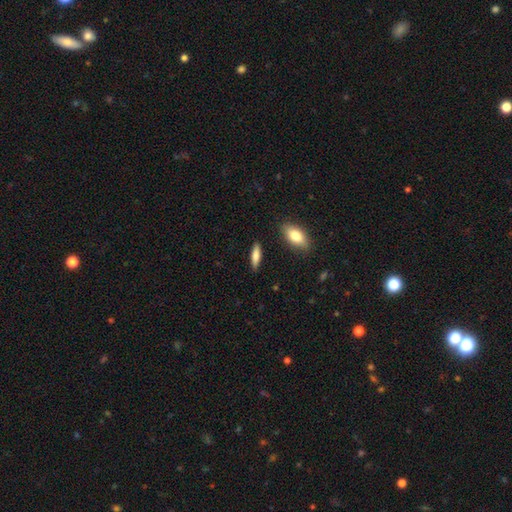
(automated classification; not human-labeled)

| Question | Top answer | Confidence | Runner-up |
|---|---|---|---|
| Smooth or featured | smooth | 73% | featured or disk (21%) |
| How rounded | cigar-shaped | 61% | in between (37%) |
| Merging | none | 86% | minor disturbance (10%) |